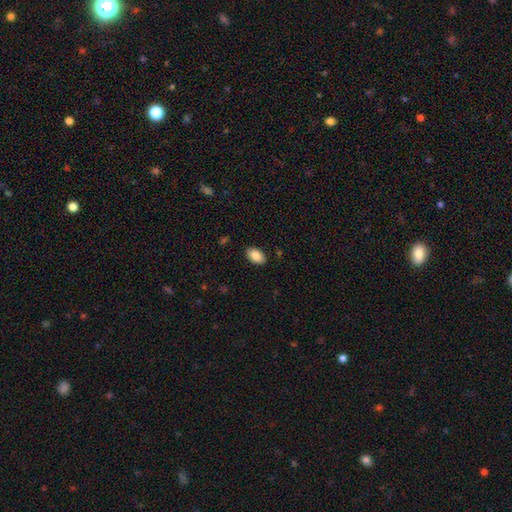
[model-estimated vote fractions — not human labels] A smooth galaxy with no disk features (88%) that is in between round and cigar-shaped (93%). Merging: none (88%).